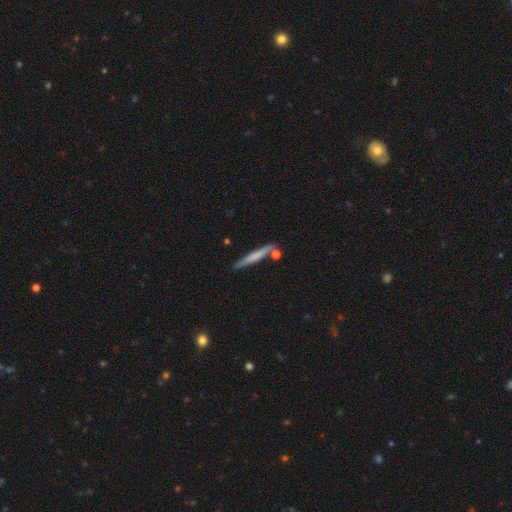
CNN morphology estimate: Overall: smooth (55%; featured or disk 39%). How rounded: cigar-shaped (94%). Merging: none (79%).